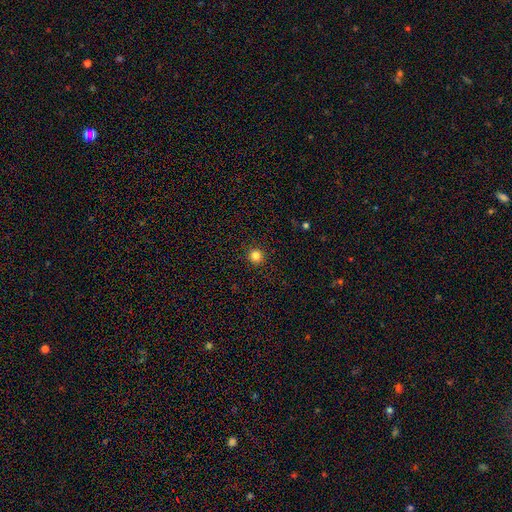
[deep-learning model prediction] This is clearly a smooth galaxy (84%). How rounded: clearly round (96%). Merging: clearly none (93%).